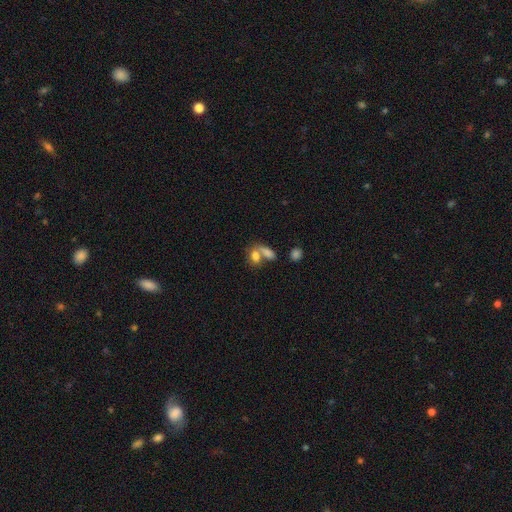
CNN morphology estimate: This appears to be a smooth galaxy with no disk features (78%) that is in between round and cigar-shaped (76%). Merging: merger (53%).